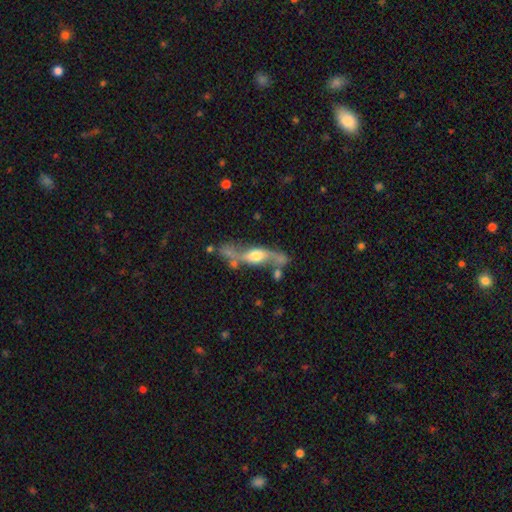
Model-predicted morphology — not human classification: This appears to be a featured or disk galaxy (76%). Merging: none (53%).